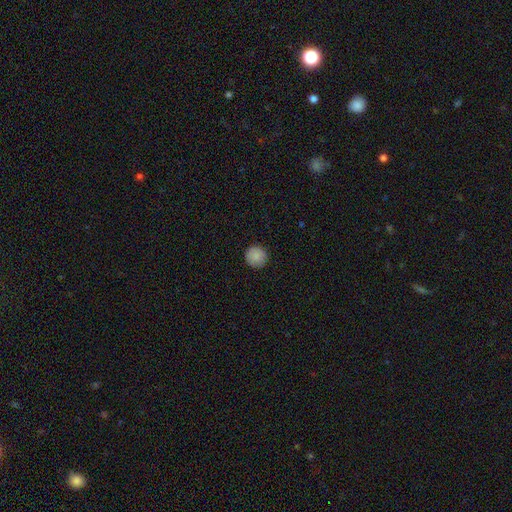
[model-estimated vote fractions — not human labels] The model was most divided on "smooth or featured": smooth: 89%, star or artifact: 8%, featured or disk: 4%. More confident: how rounded — round (95%); merging — none (92%).